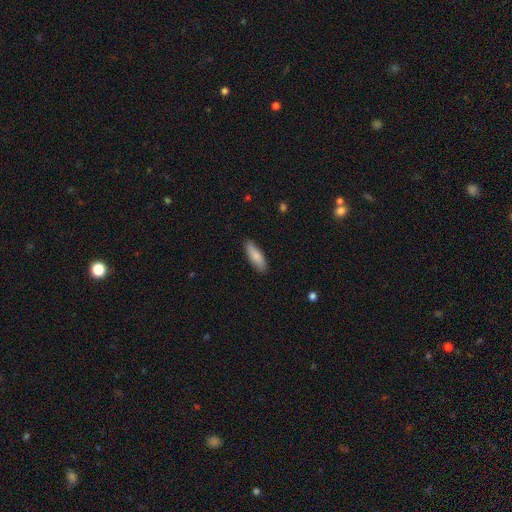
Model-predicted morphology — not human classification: Smooth or featured: smooth — 84% (featured or disk — 10%)
How rounded: in between — 57% (cigar-shaped — 41%)
Merging: none — 85% (minor disturbance — 12%)